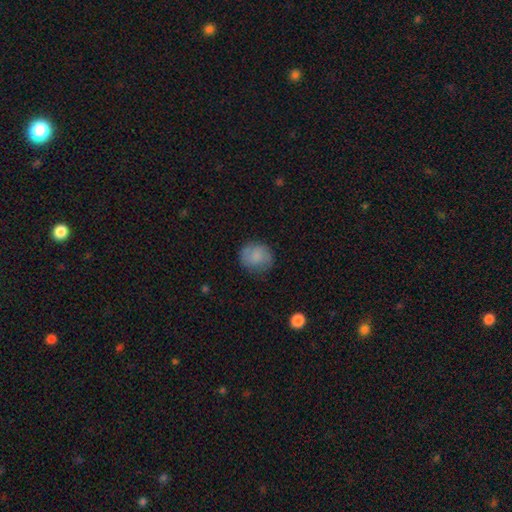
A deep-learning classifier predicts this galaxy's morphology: Q: Smooth or featured?
A: smooth (79%); runner-up: featured or disk (13%)
Q: How rounded?
A: round (79%); runner-up: in between (20%)
Q: Merging?
A: none (76%); runner-up: minor disturbance (17%)